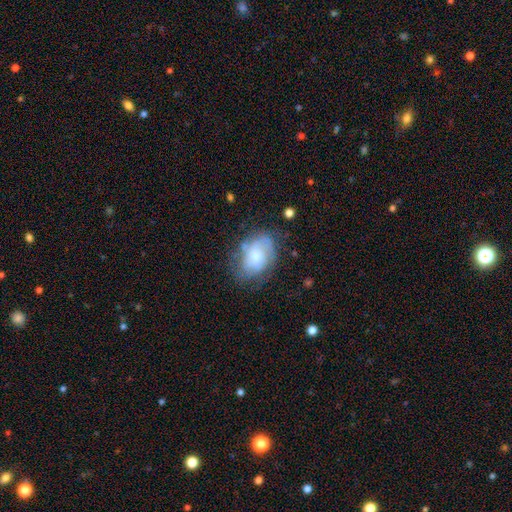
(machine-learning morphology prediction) type=featured or disk (49%); merging=none (60%).